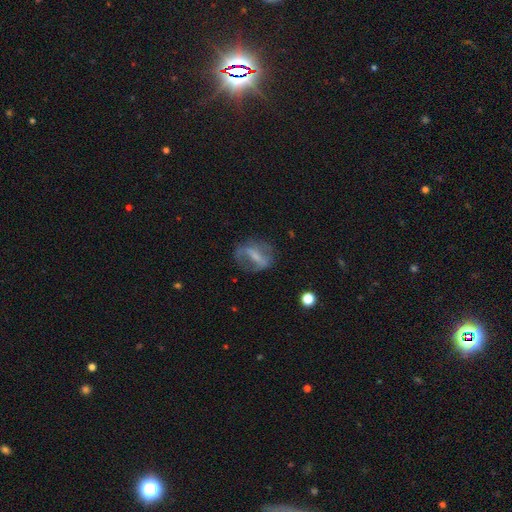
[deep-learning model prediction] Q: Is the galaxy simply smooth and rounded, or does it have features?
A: featured or disk — 62%.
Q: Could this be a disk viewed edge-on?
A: no — 90%.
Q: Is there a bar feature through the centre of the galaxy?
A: strong — 50%.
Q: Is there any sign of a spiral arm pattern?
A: no — 51%.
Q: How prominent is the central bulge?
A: small — 43%.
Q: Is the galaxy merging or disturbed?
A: none — 58%.